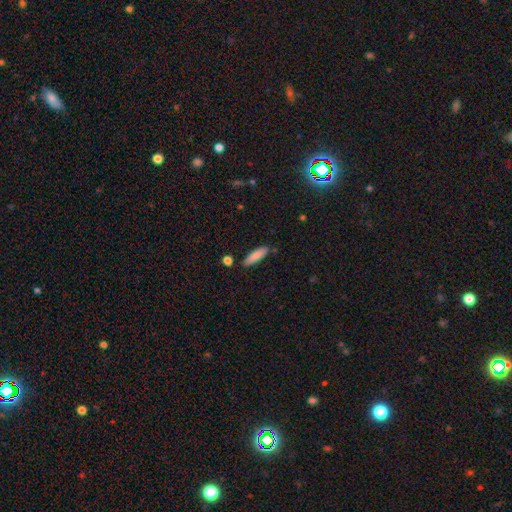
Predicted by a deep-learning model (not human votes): This is clearly a smooth galaxy (83%). How rounded: likely cigar-shaped (66%). Merging: clearly none (84%).